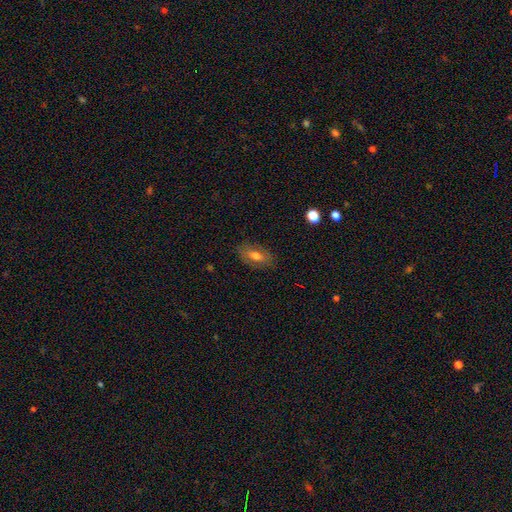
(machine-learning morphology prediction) Smooth or featured? Predicted: smooth (p=0.63). How rounded? Predicted: in between (p=0.87). Merging? Predicted: none (p=0.83).